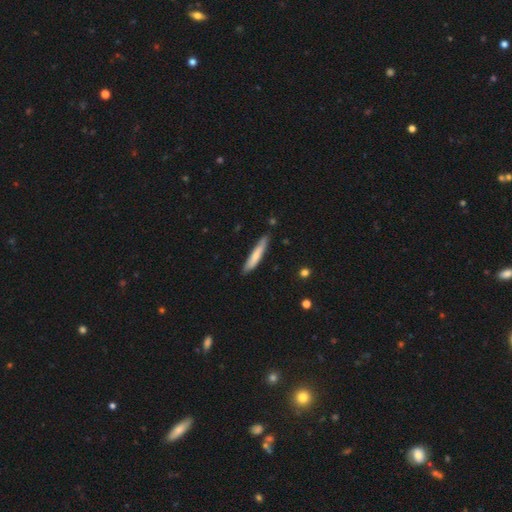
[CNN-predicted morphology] The model was most divided on "smooth or featured": smooth: 70%, featured or disk: 24%, star or artifact: 5%. More confident: how rounded — cigar-shaped (91%); merging — none (82%).